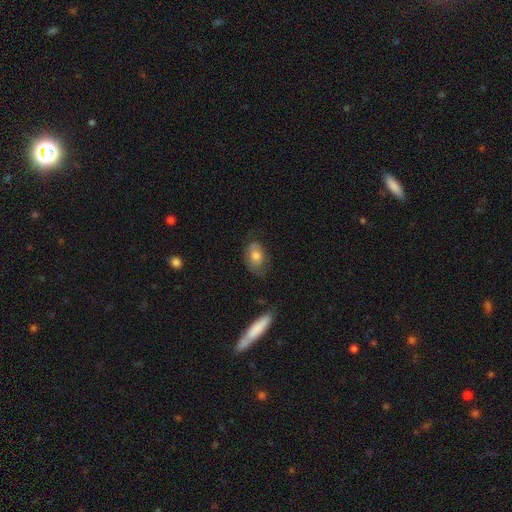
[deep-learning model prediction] smooth_or_featured: smooth (p=0.69) [alt: featured or disk p=0.23]
how_rounded: in between (p=0.82) [alt: round p=0.16]
merging: none (p=0.55) [alt: minor disturbance p=0.30]